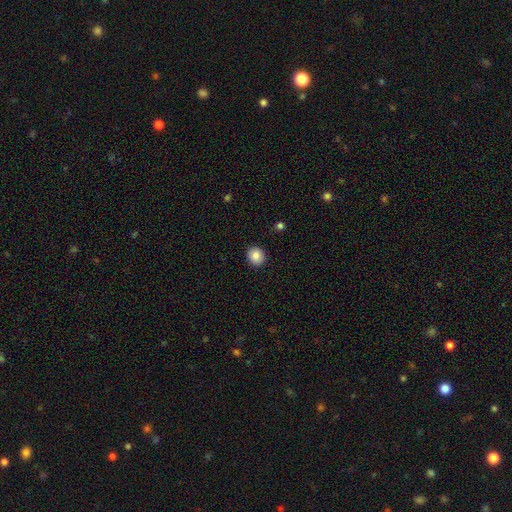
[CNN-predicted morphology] smooth 84%, star or artifact 8%, featured or disk 7%. Down the decision tree: how rounded — round (80%); merging — none (91%).